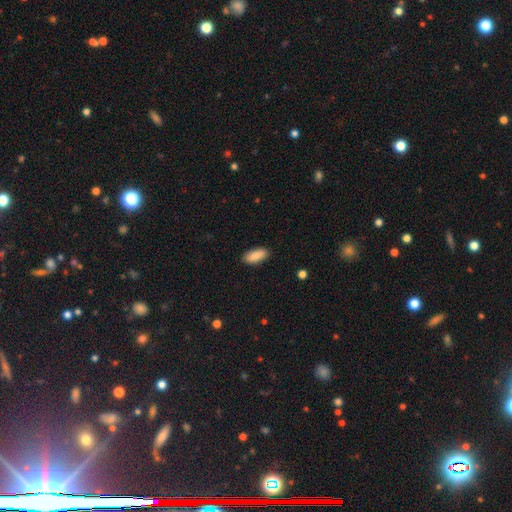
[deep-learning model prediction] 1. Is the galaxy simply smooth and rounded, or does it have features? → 88% smooth, 6% star or artifact, 6% featured or disk.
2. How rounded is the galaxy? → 85% in between, 13% cigar-shaped, 2% round.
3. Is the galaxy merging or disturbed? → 89% none, 8% minor disturbance, 2% major disturbance, 1% merger.